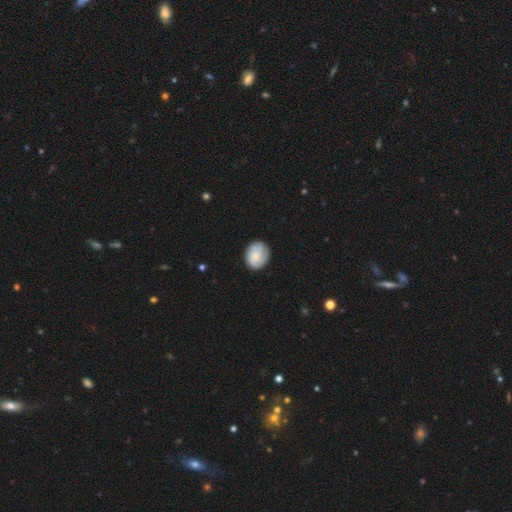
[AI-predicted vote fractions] The model was most divided on "how rounded": round: 50%, in between: 49%, cigar-shaped: 1%. More confident: merging — none (78%); smooth or featured — smooth (62%).